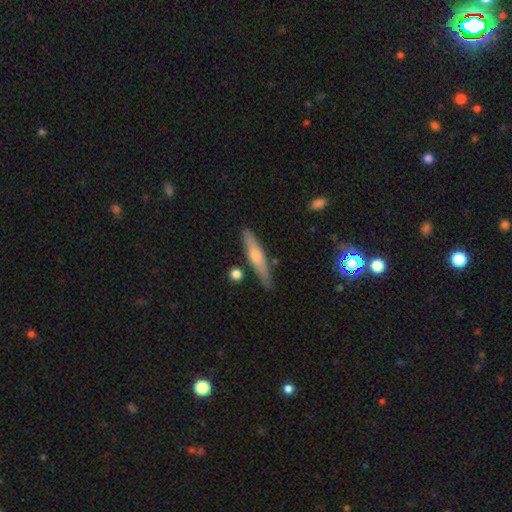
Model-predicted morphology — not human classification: Smooth or featured? smooth (48%)
Merging? none (82%)